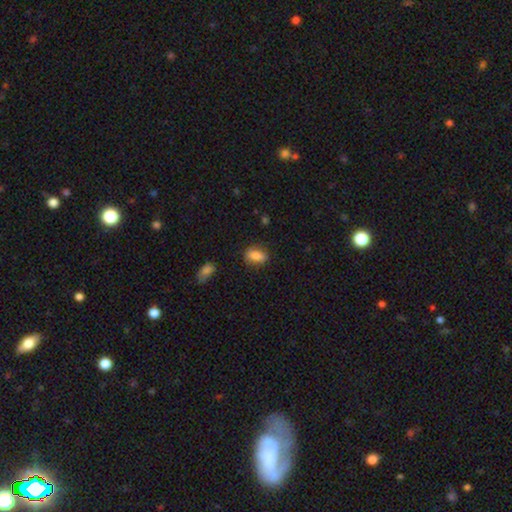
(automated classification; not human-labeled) smooth 83%, featured or disk 10%, star or artifact 8%. Down the decision tree: how rounded — in between (84%); merging — none (79%).